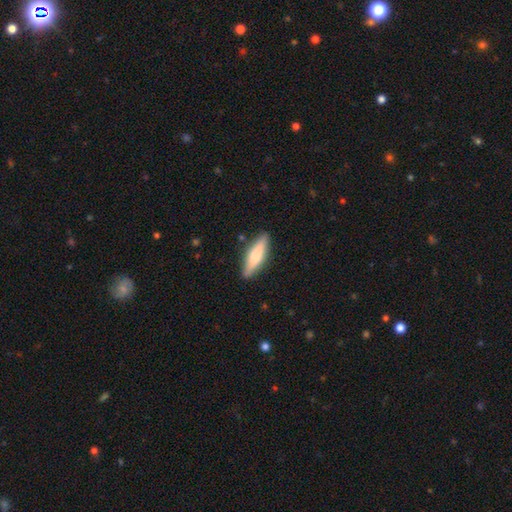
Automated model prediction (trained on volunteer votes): The model was most divided on "how rounded": cigar-shaped: 64%, in between: 34%, round: 2%. More confident: merging — none (87%); smooth or featured — smooth (63%).